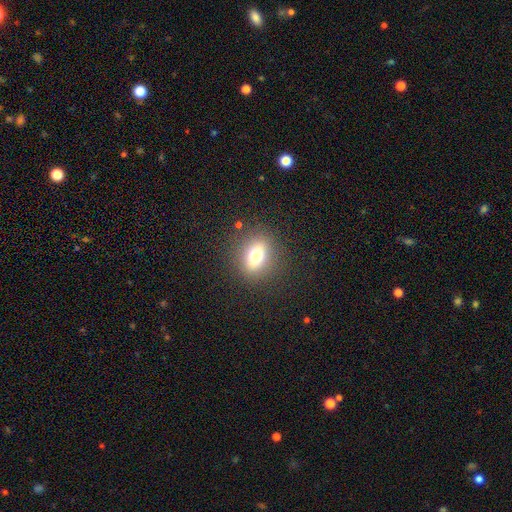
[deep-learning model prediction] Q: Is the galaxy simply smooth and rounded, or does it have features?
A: smooth — 70%.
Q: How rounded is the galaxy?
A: in between — 50%.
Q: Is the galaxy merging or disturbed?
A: none — 85%.